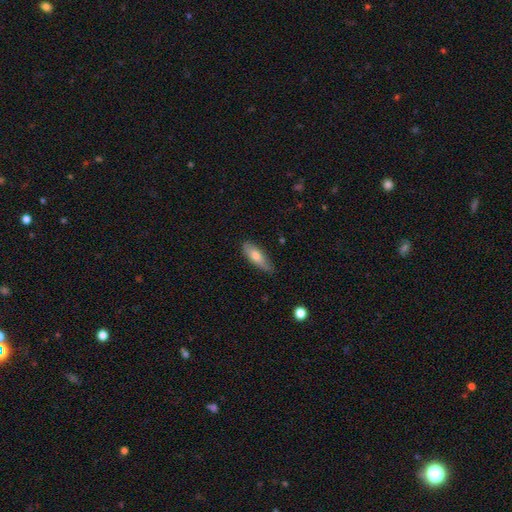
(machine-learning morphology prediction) Q: Smooth or featured?
A: smooth (69%); runner-up: featured or disk (24%)
Q: How rounded?
A: in between (59%); runner-up: cigar-shaped (38%)
Q: Merging?
A: none (72%); runner-up: minor disturbance (23%)